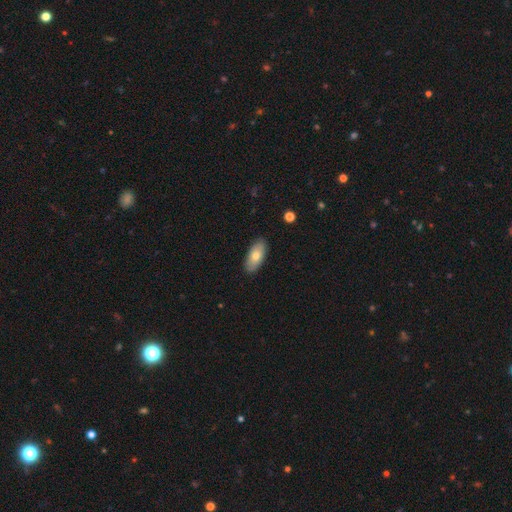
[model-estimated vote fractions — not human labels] Smooth or featured?
  - smooth: 72% *
  - featured or disk: 22%
  - star or artifact: 6%
How rounded?
  - in between: 90% *
  - cigar-shaped: 8%
  - round: 3%
Merging?
  - none: 87% *
  - minor disturbance: 10%
  - major disturbance: 2%
  - merger: 1%